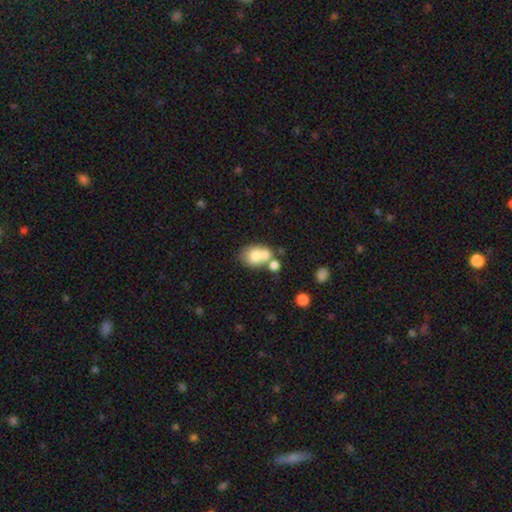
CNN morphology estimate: This appears to be a smooth galaxy with no disk features (69%) that is in between round and cigar-shaped (61%). Merging: merger (54%).